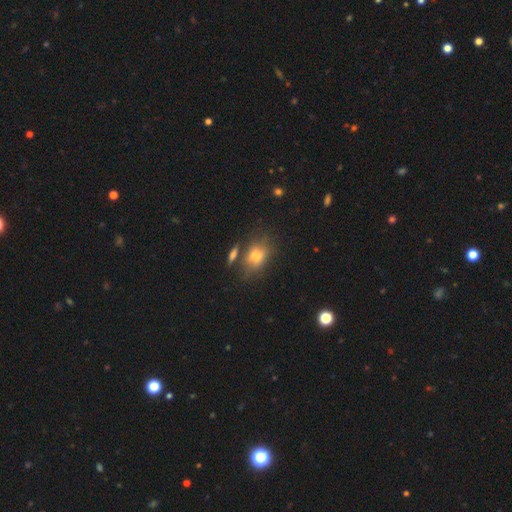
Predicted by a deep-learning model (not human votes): A smooth galaxy with no disk features (69%) that is in between round and cigar-shaped (72%). Merging: none (57%).